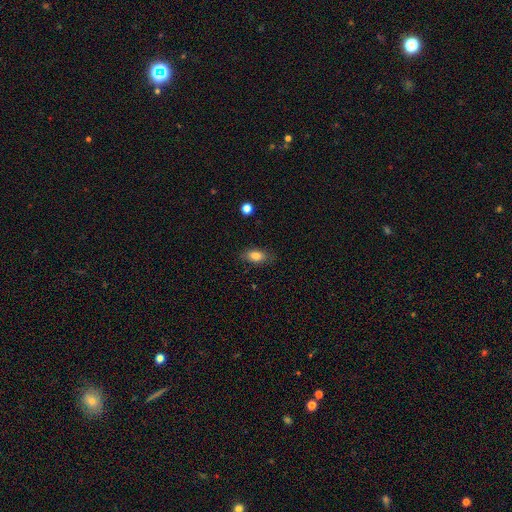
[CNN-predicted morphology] The model was most divided on "merging": none: 83%, minor disturbance: 13%, major disturbance: 3%, merger: 1%. More confident: how rounded — in between (87%); smooth or featured — smooth (82%).